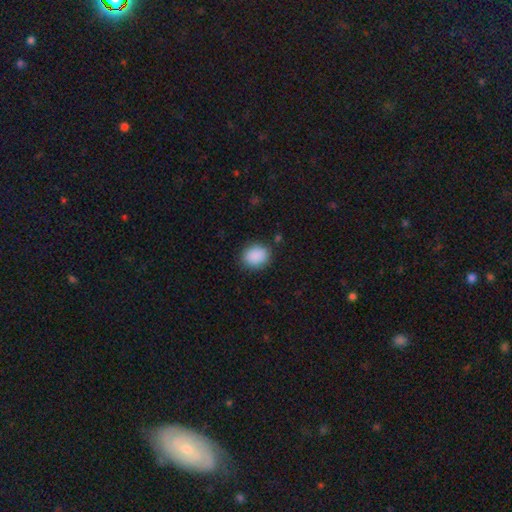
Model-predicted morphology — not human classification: Smooth or featured: smooth — 89% (star or artifact — 8%)
How rounded: round — 51% (in between — 48%)
Merging: none — 85% (minor disturbance — 10%)